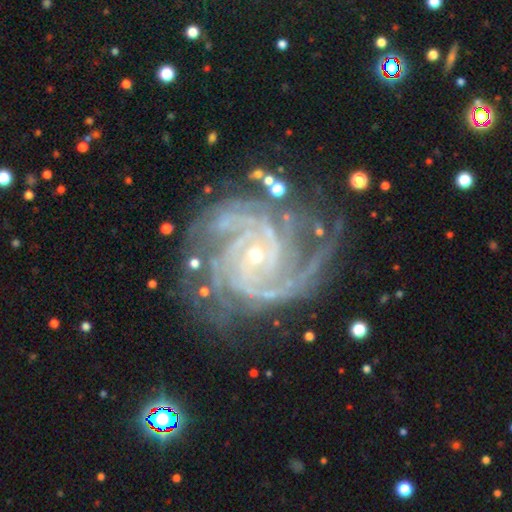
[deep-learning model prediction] smooth_or_featured: featured or disk (p=0.93) [alt: star or artifact p=0.05]
disk_edge_on: no (p=0.98) [alt: yes p=0.02]
bar: no (p=0.59) [alt: weak p=0.28]
has_spiral_arms: yes (p=0.99) [alt: no p=0.01]
spiral_winding: tight (p=0.70) [alt: medium p=0.27]
spiral_arm_count: 4 (p=0.25) [alt: 3 p=0.24]
bulge_size: small (p=0.73) [alt: moderate p=0.24]
merging: none (p=0.71) [alt: minor disturbance p=0.18]